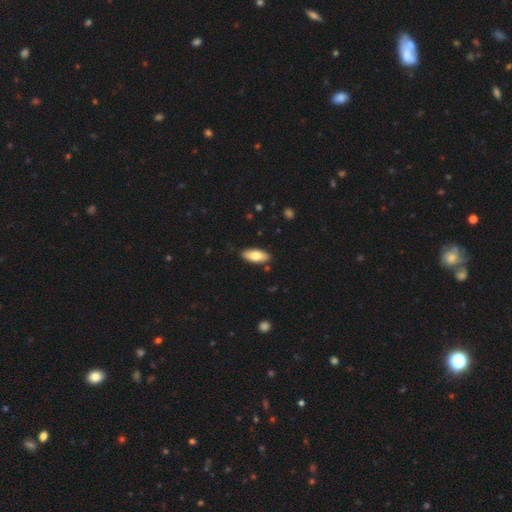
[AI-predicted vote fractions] smooth 76%, featured or disk 18%, star or artifact 6%. Down the decision tree: how rounded — in between (84%); merging — none (86%).